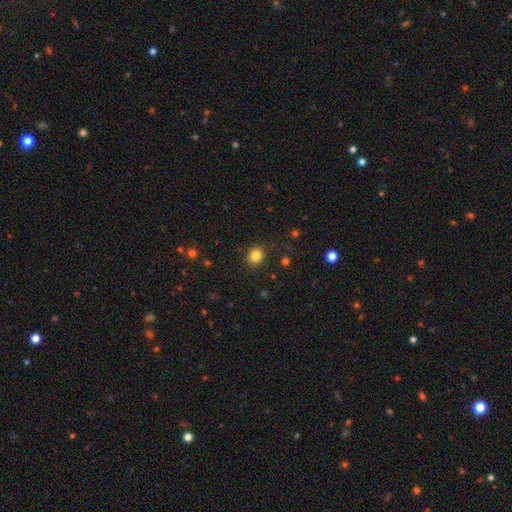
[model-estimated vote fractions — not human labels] Smooth or featured: smooth — 83% (star or artifact — 12%)
How rounded: round — 76% (in between — 23%)
Merging: none — 88% (minor disturbance — 8%)